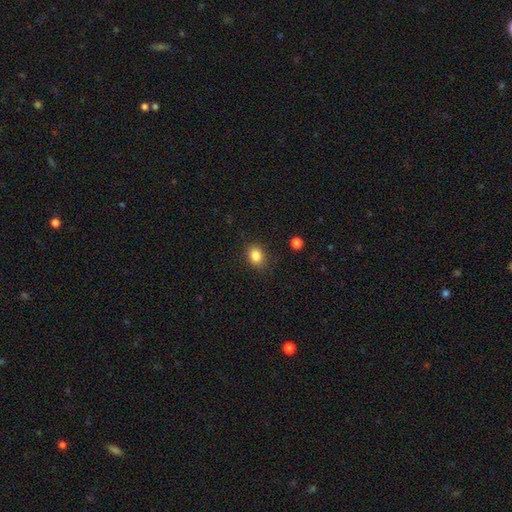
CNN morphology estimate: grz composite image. It shows a smooth galaxy with no disk features (85%) that is in between round and cigar-shaped (50%). Merging: none (84%).